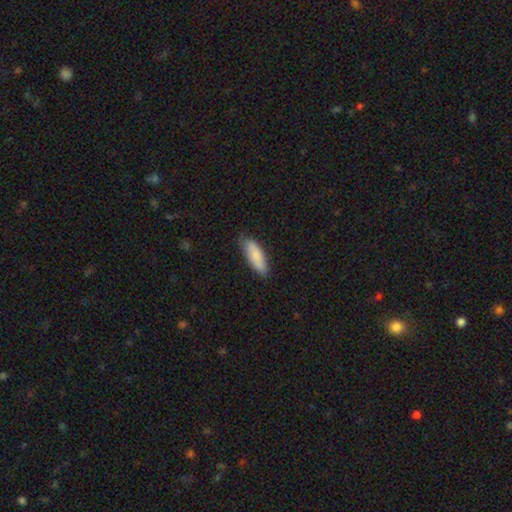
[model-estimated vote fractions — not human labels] Smooth or featured? Predicted: smooth (p=0.81). How rounded? Predicted: in between (p=0.59). Merging? Predicted: none (p=0.78).